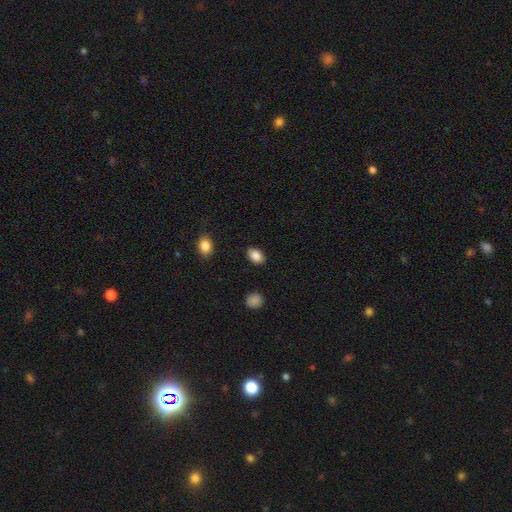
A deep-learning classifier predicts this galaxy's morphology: Overall: smooth (87%). How rounded: in between (85%). Merging: none (88%).